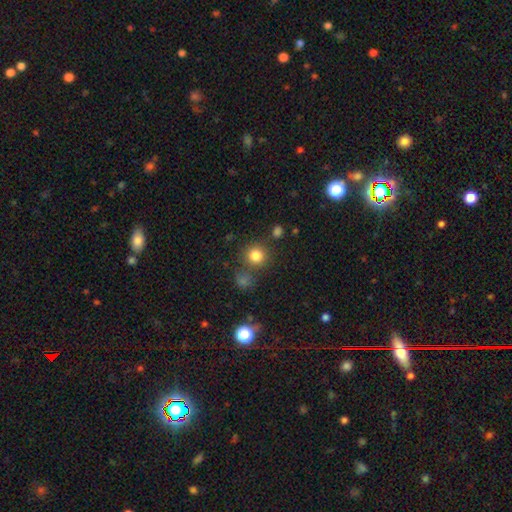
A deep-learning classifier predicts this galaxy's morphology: Smooth or featured?
  - smooth: 81% *
  - star or artifact: 13%
  - featured or disk: 6%
How rounded?
  - round: 90% *
  - in between: 9%
  - cigar-shaped: 1%
Merging?
  - none: 76% *
  - merger: 10%
  - minor disturbance: 9%
  - major disturbance: 4%